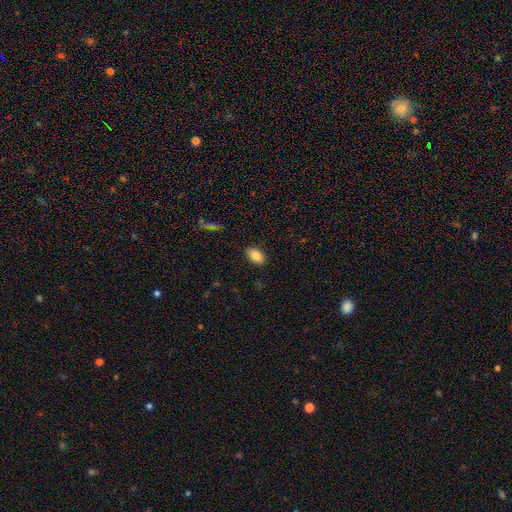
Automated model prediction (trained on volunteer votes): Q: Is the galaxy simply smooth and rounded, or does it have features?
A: smooth — 85%.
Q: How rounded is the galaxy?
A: in between — 91%.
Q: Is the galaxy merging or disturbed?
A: none — 87%.